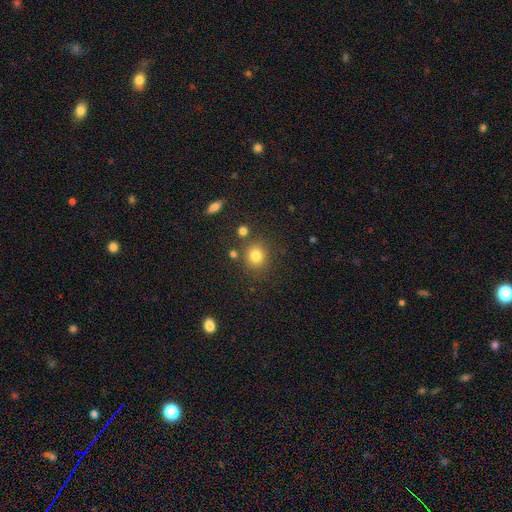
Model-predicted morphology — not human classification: smooth_or_featured: smooth (p=0.80) [alt: star or artifact p=0.13]
how_rounded: round (p=0.84) [alt: in between p=0.15]
merging: none (p=0.80) [alt: minor disturbance p=0.10]